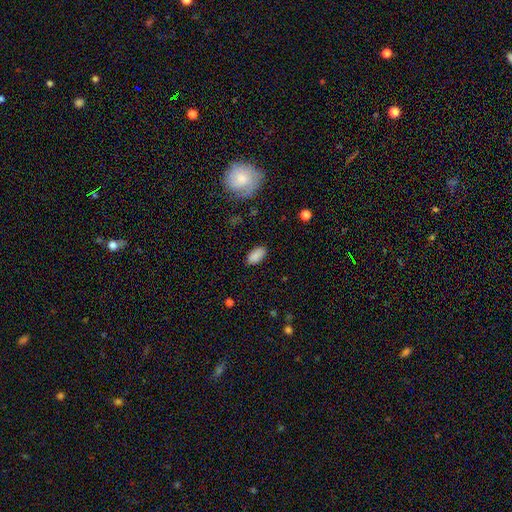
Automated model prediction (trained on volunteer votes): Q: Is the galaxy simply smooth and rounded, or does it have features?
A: smooth — 87%.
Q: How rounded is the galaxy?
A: in between — 94%.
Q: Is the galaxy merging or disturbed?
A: none — 85%.